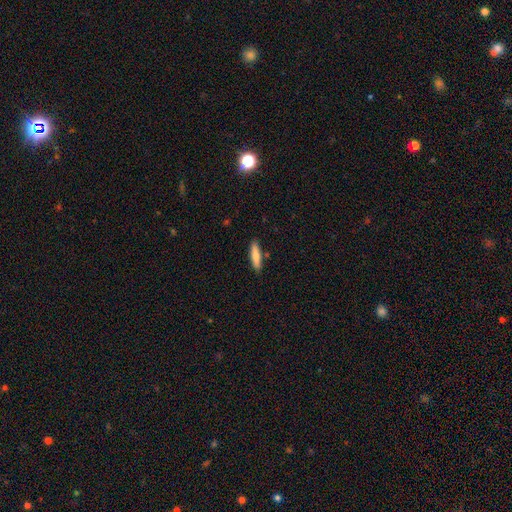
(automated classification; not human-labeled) Morphology: type=smooth (73%); roundness=cigar-shaped (75%); merging=none (87%).